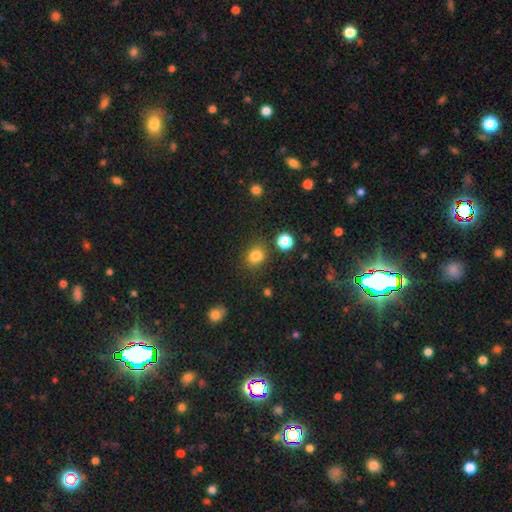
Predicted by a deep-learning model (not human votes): A smooth galaxy with no disk features (82%) that is round (68%).

Vote fractions:
- Smooth or featured? smooth: 82% / star or artifact: 13% / featured or disk: 5%
- How rounded? round: 68% / in between: 31% / cigar-shaped: 1%
- Merging? none: 78% / minor disturbance: 13% / merger: 5% / major disturbance: 4%